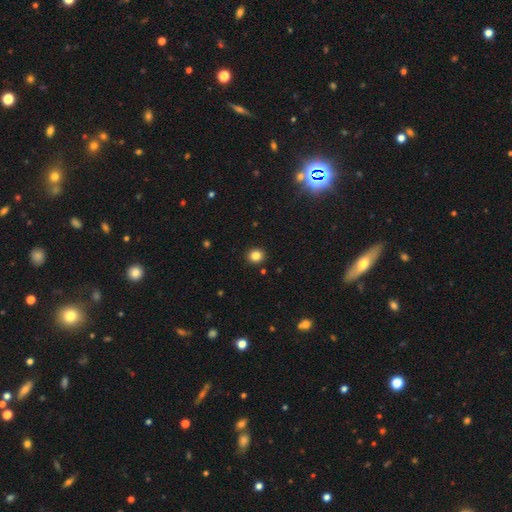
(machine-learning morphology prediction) Smooth or featured? Predicted: smooth (p=0.85). How rounded? Predicted: round (p=0.82). Merging? Predicted: none (p=0.92).